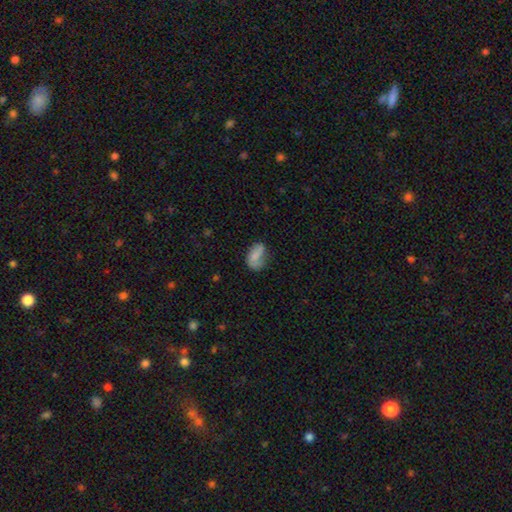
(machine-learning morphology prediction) smooth_or_featured: smooth (p=0.65) [alt: featured or disk p=0.26]
how_rounded: in between (p=0.88) [alt: round p=0.10]
merging: none (p=0.42) [alt: minor disturbance p=0.33]